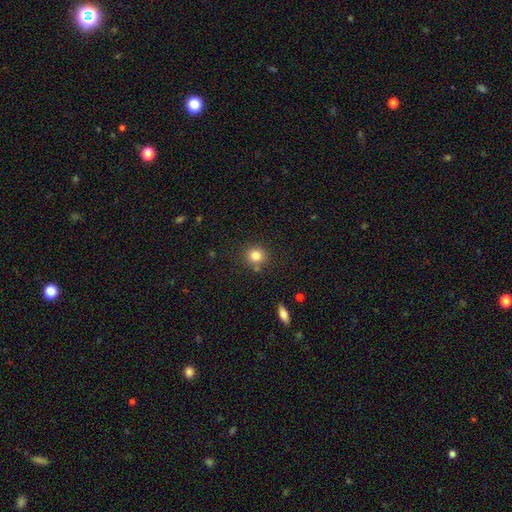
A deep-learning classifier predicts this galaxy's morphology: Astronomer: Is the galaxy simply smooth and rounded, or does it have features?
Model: smooth — 83%.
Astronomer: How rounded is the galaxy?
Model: round — 89%.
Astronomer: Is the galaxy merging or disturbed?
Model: none — 81%.